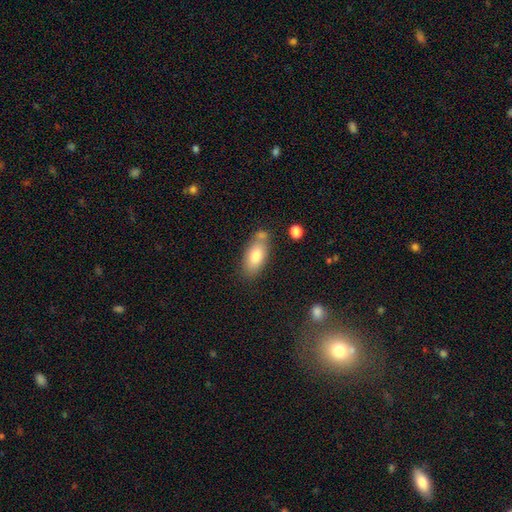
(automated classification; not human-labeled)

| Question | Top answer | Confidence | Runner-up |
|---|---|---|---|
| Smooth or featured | smooth | 77% | featured or disk (15%) |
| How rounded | in between | 88% | cigar-shaped (8%) |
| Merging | none | 62% | minor disturbance (17%) |